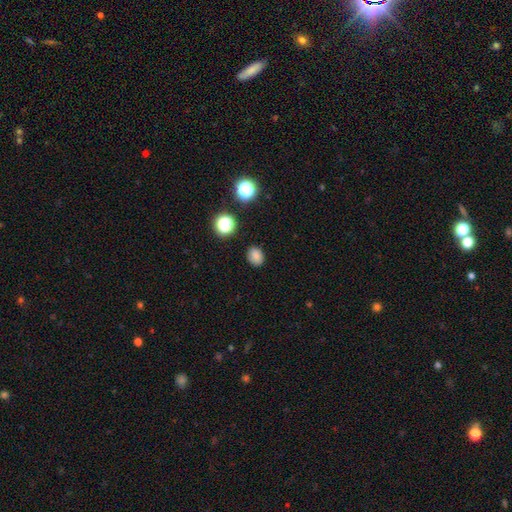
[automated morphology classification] Smooth or featured? Predicted: smooth (p=0.81). How rounded? Predicted: round (p=0.52). Merging? Predicted: none (p=0.86).